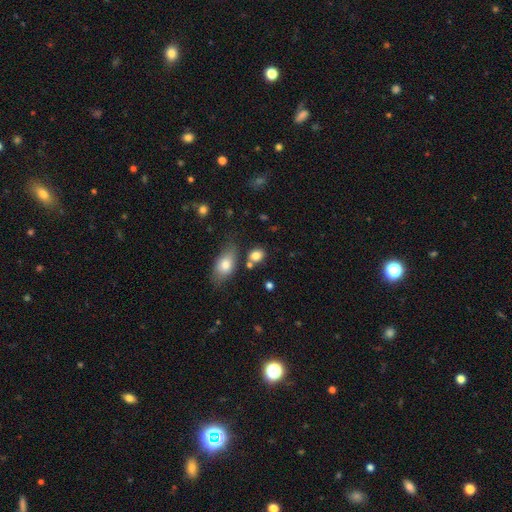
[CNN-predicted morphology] Smooth or featured? smooth (83%)
How rounded? in between (55%)
Merging? none (67%)